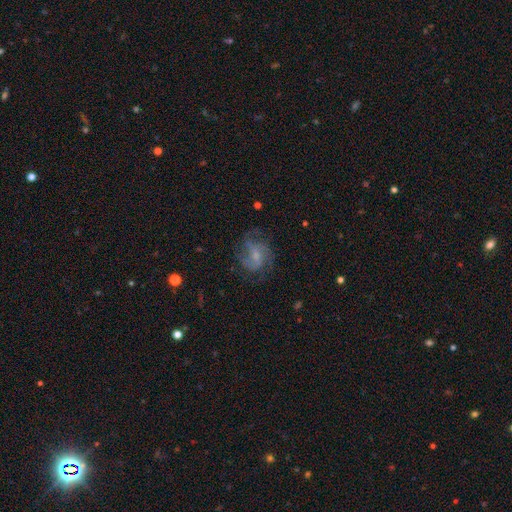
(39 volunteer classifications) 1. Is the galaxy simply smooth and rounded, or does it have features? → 77% featured or disk, 15% smooth, 8% star or artifact.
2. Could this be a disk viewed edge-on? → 90% no, 10% yes.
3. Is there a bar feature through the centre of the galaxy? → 63% no, 30% weak, 7% strong.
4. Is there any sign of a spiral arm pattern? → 96% yes, 4% no.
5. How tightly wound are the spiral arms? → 69% medium, 27% tight, 4% loose.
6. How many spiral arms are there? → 50% 3, 19% 4, 19% can't tell, 8% 2, 4% more than 4, 0% 1.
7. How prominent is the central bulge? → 44% moderate, 37% small, 15% none, 4% large, 0% dominant.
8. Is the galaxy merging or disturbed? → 67% none, 25% minor disturbance, 8% major disturbance, 0% merger.